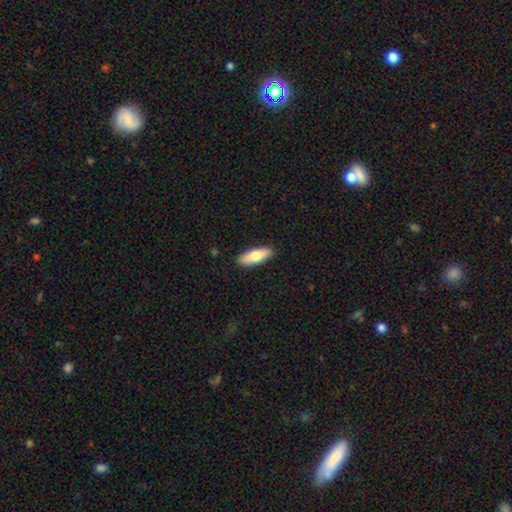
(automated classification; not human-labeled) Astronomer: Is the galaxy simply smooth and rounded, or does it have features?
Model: smooth — 69%.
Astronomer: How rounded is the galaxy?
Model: in between — 63%.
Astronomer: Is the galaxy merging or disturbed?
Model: none — 89%.